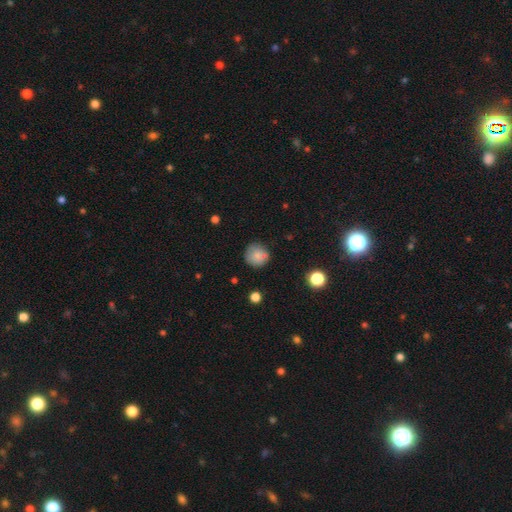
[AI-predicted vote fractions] Smooth or featured: smooth — 79% (featured or disk — 11%)
How rounded: round — 91% (in between — 8%)
Merging: none — 74% (minor disturbance — 15%)